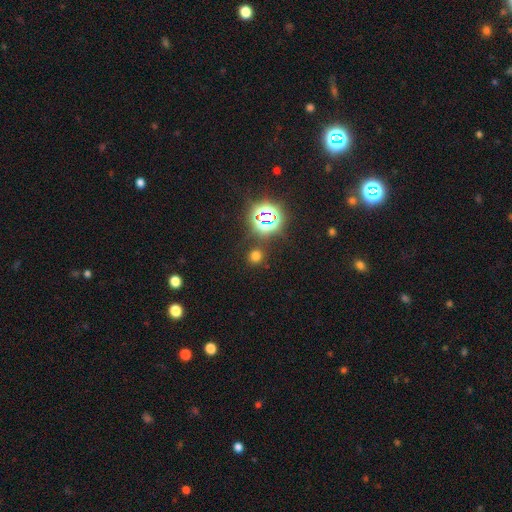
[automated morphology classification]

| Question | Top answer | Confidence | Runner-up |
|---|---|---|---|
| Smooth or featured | smooth | 61% | star or artifact (33%) |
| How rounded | round | 90% | in between (9%) |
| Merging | none | 86% | minor disturbance (7%) |